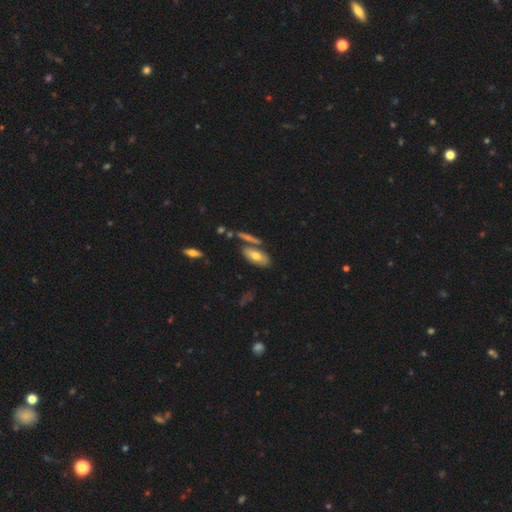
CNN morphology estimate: Overall: smooth (63%; featured or disk 29%). How rounded: in between (81%). Merging: none (63%).